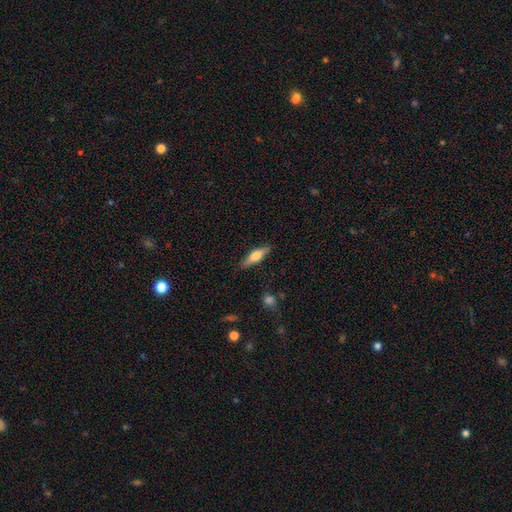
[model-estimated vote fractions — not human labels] Overall: smooth (49%; featured or disk 44%). Merging: none (86%).